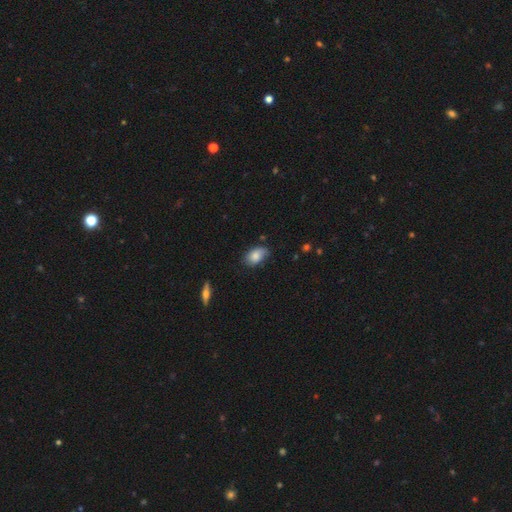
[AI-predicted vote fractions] Morphology: type=smooth (76%); roundness=in between (88%); merging=none (60%).